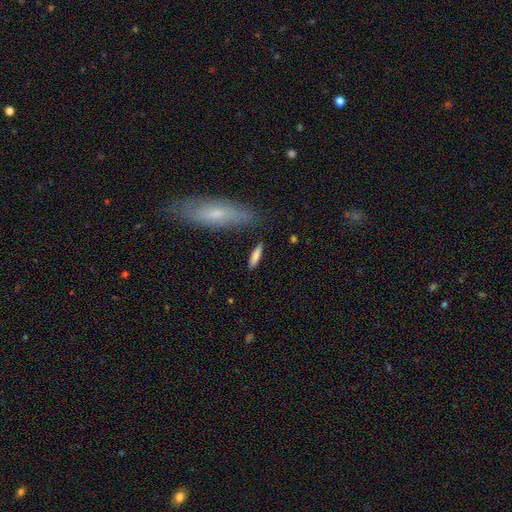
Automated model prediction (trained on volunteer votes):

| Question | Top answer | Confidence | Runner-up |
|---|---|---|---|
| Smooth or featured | smooth | 80% | featured or disk (13%) |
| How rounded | cigar-shaped | 67% | in between (31%) |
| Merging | none | 82% | minor disturbance (11%) |